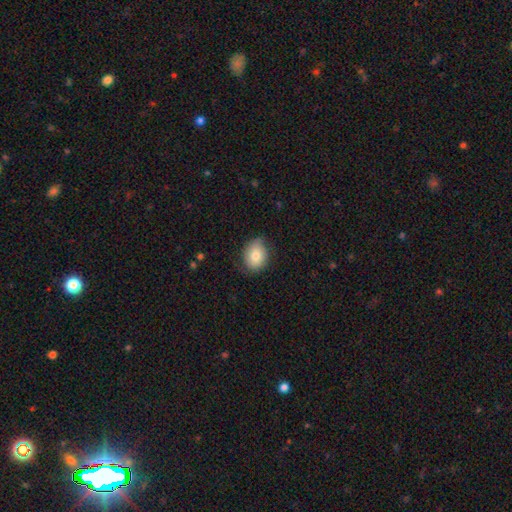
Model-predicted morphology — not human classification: smooth 78%, featured or disk 14%, star or artifact 8%. Down the decision tree: how rounded — in between (56%); merging — none (72%).